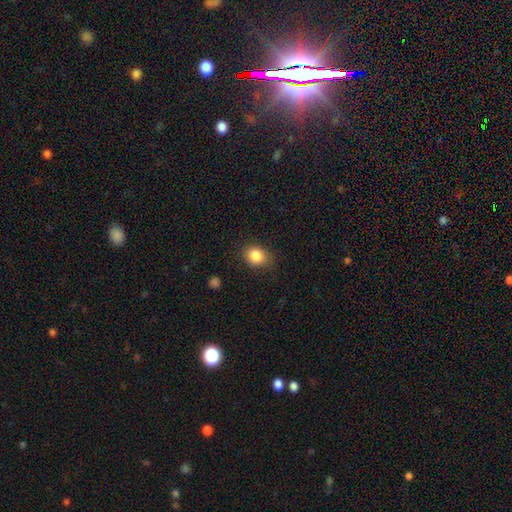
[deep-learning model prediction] Overall: smooth (85%). How rounded: round (56%; in between 43%). Merging: none (80%).